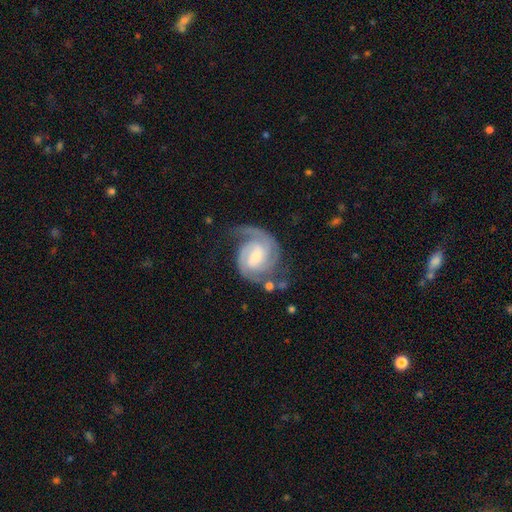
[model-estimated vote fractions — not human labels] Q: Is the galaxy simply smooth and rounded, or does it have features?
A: featured or disk — 89%.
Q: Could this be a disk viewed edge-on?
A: no — 98%.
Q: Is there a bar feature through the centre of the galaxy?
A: weak — 49%.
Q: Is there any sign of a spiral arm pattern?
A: yes — 98%.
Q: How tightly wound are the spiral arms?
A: tight — 53%.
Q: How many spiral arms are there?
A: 2 — 76%.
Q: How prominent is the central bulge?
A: small — 38%.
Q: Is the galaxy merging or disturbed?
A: none — 64%.